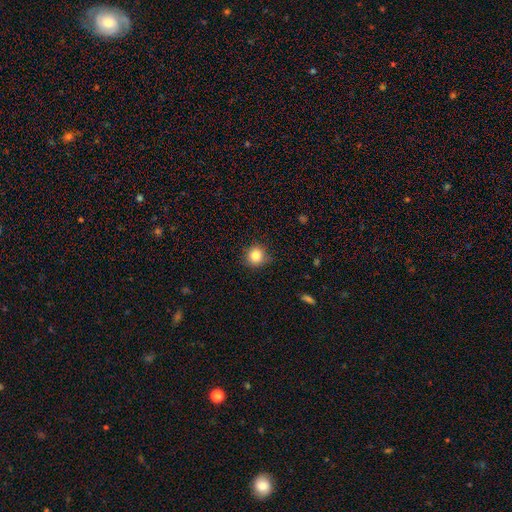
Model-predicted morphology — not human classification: This appears to be a smooth galaxy with no disk features (84%) that is round (88%). Merging: none (79%).